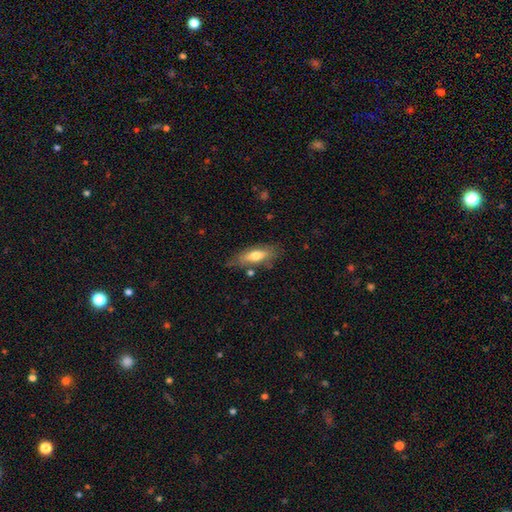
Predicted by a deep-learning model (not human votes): smooth 62%, featured or disk 31%, star or artifact 6%. Down the decision tree: how rounded — in between (67%); merging — none (71%).